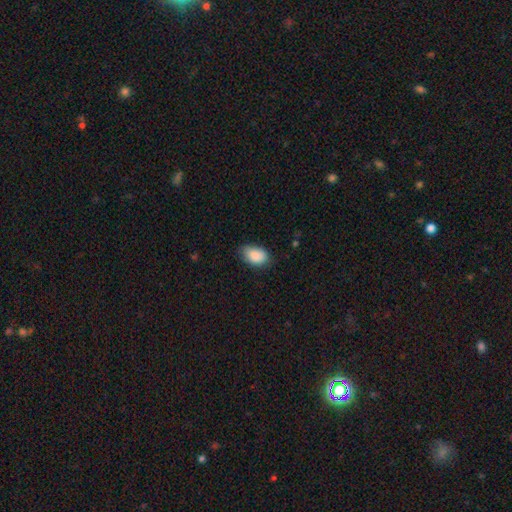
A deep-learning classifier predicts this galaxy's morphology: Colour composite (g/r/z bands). It shows a smooth galaxy with no disk features (89%) that is in between round and cigar-shaped (90%). Merging: none (73%).